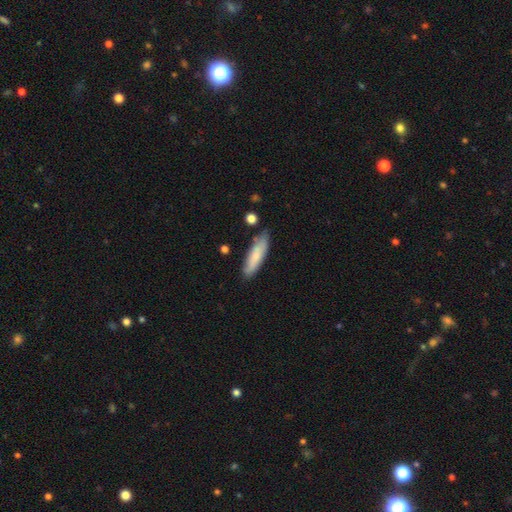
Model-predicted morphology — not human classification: Q: Smooth or featured?
A: smooth (75%); runner-up: featured or disk (19%)
Q: How rounded?
A: cigar-shaped (65%); runner-up: in between (33%)
Q: Merging?
A: none (76%); runner-up: minor disturbance (18%)